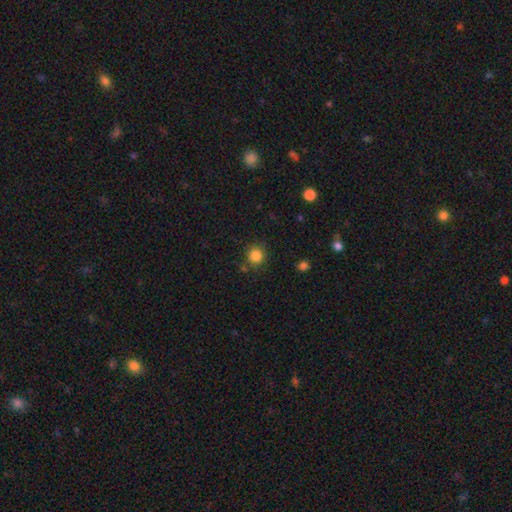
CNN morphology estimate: smooth-or-featured: smooth: 84% | star or artifact: 11% | featured or disk: 5%
  how-rounded: round: 90% | in between: 9% | cigar-shaped: 1%
  merging: none: 82% | minor disturbance: 10% | merger: 4% | major disturbance: 3%